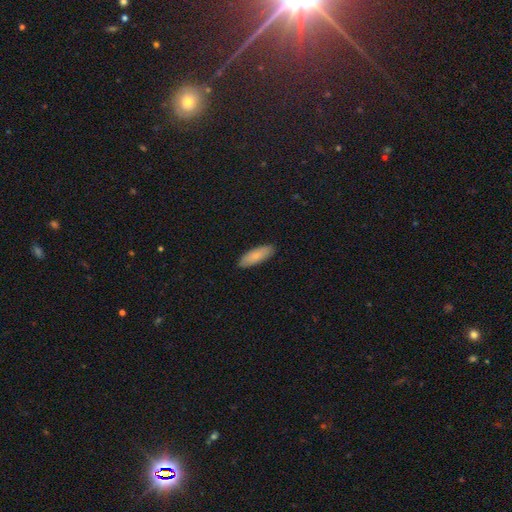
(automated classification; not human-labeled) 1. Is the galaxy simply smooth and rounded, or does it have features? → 82% smooth, 12% featured or disk, 6% star or artifact.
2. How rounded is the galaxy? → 64% in between, 34% cigar-shaped, 2% round.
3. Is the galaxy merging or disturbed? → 89% none, 8% minor disturbance, 2% major disturbance, 1% merger.